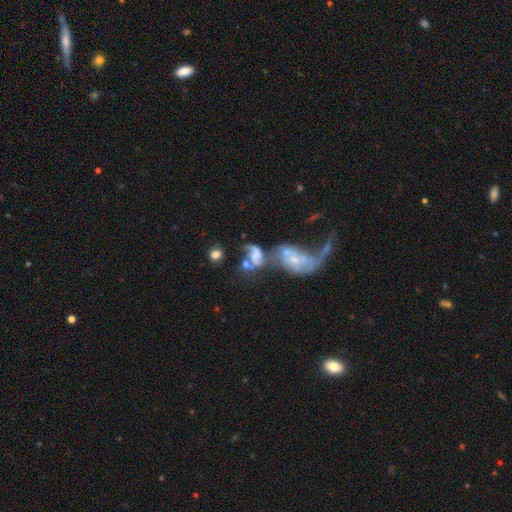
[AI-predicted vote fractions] smooth-or-featured: featured or disk: 55% | smooth: 32% | star or artifact: 13%
  disk-edge-on: no: 96% | yes: 4%
    bar: no: 69% | weak: 22% | strong: 9%
    has-spiral-arms: yes: 62% | no: 38%
    bulge-size: none: 38% | small: 28% | moderate: 21% | large: 9% | dominant: 3%
  merging: merger: 61% | major disturbance: 18% | none: 13% | minor disturbance: 9%